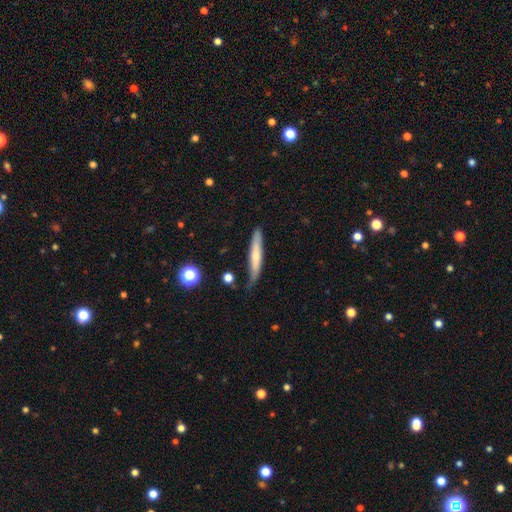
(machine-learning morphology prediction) Smooth or featured? Predicted: smooth (p=0.61). How rounded? Predicted: cigar-shaped (p=0.92). Merging? Predicted: none (p=0.68).